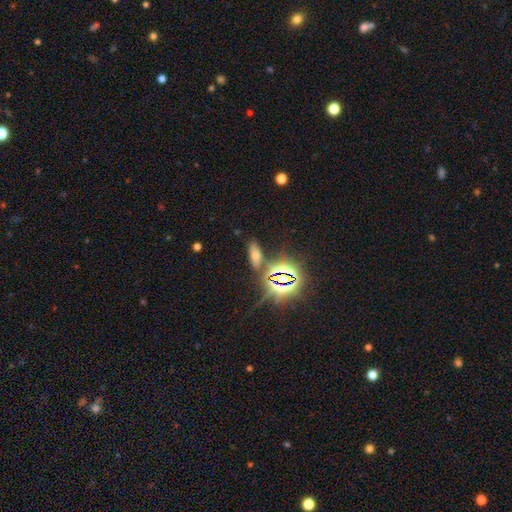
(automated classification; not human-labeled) The model was most divided on "smooth or featured": smooth: 46%, star or artifact: 41%, featured or disk: 13%. More confident: merging — none (77%).